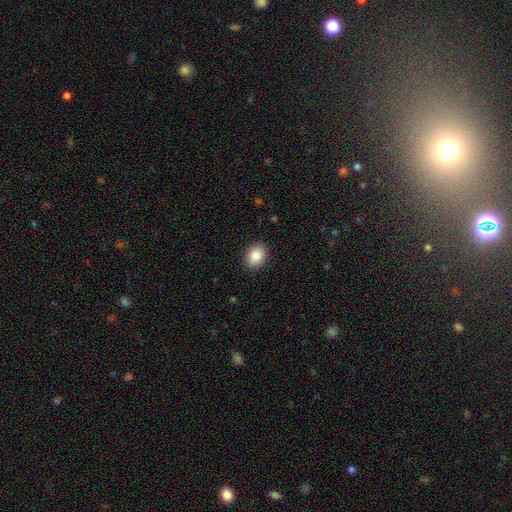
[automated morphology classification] The model was most divided on "how rounded": in between: 69%, round: 31%, cigar-shaped: 1%. More confident: merging — none (89%); smooth or featured — smooth (87%).